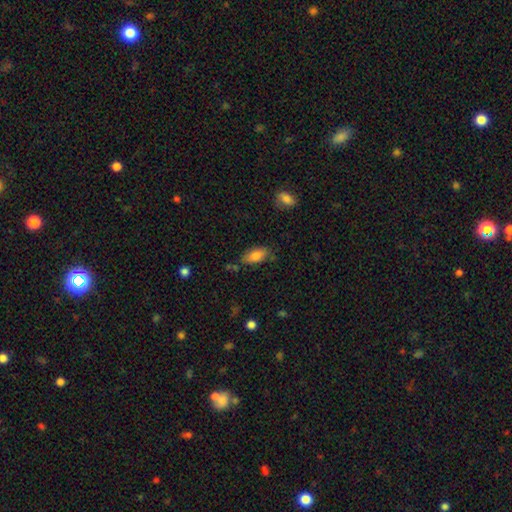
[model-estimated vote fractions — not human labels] This appears to be a smooth galaxy with no disk features (82%) that is in between round and cigar-shaped (89%). Merging: none (72%).